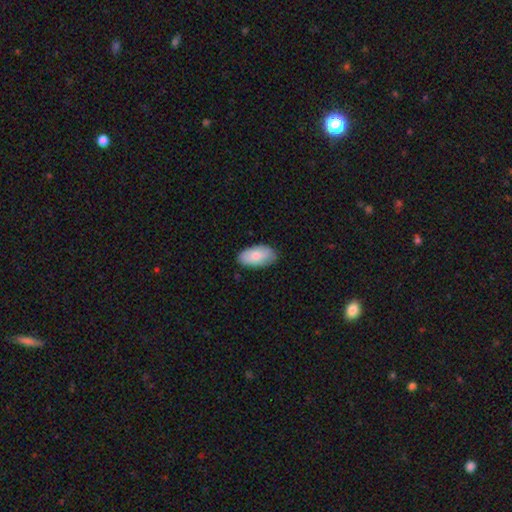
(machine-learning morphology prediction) A smooth galaxy with no disk features (80%) that is in between round and cigar-shaped (95%). Merging: none (83%).